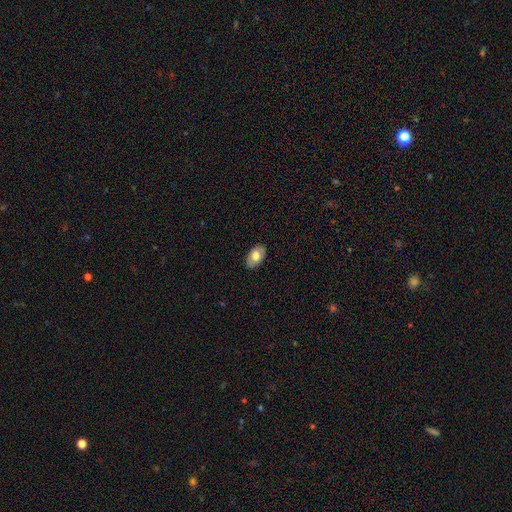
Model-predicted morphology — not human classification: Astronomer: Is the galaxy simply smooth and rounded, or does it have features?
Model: smooth — 73%.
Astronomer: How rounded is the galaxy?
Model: in between — 93%.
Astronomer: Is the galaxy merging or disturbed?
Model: none — 87%.